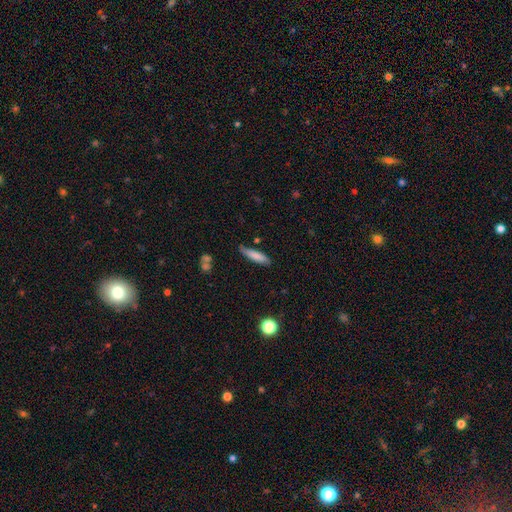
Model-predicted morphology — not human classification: Smooth or featured?
  - smooth: 78% *
  - featured or disk: 15%
  - star or artifact: 7%
How rounded?
  - cigar-shaped: 79% *
  - in between: 19%
  - round: 2%
Merging?
  - none: 76% *
  - minor disturbance: 19%
  - major disturbance: 3%
  - merger: 3%